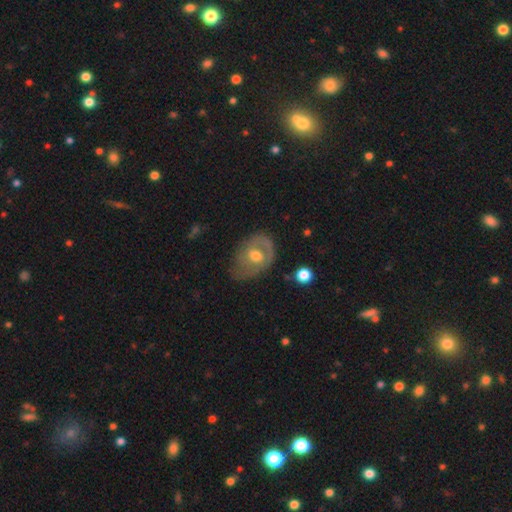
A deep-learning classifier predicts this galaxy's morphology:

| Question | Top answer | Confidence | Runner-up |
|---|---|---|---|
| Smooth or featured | featured or disk | 53% | smooth (40%) |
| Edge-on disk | no | 94% | yes (6%) |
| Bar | no | 72% | weak (23%) |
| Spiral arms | no | 53% | yes (47%) |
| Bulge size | moderate | 73% | small (16%) |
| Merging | none | 46% | minor disturbance (32%) |